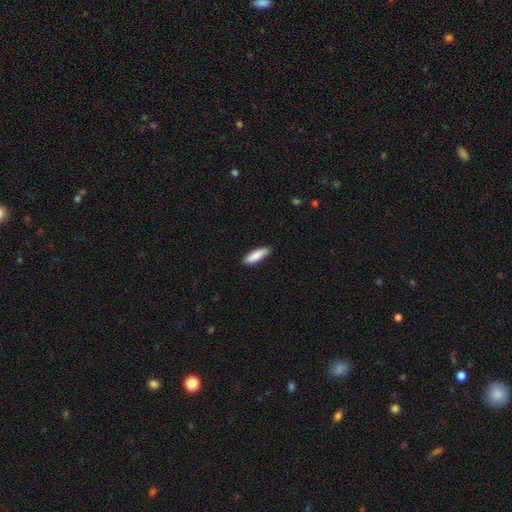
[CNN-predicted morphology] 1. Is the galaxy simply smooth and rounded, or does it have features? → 88% smooth, 6% featured or disk, 6% star or artifact.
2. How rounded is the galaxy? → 54% cigar-shaped, 45% in between, 1% round.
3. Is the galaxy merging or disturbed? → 87% none, 10% minor disturbance, 2% major disturbance, 1% merger.